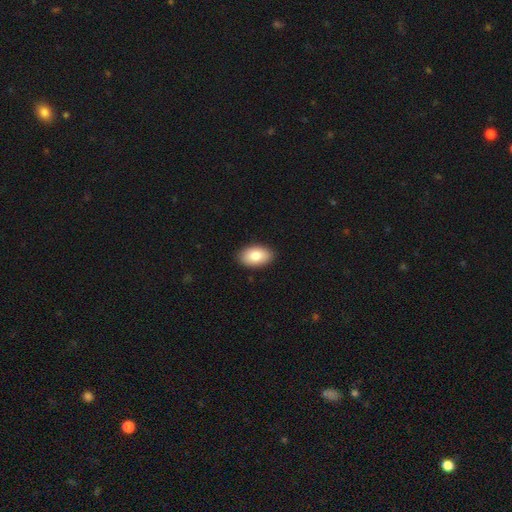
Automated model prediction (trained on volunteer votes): Smooth or featured? Predicted: smooth (p=0.84). How rounded? Predicted: in between (p=0.94). Merging? Predicted: none (p=0.89).